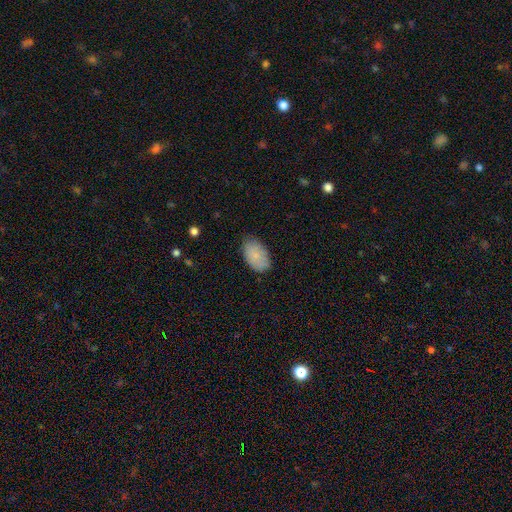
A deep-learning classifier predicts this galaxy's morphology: Smooth or featured? Predicted: smooth (p=0.81). How rounded? Predicted: in between (p=0.93). Merging? Predicted: none (p=0.76).